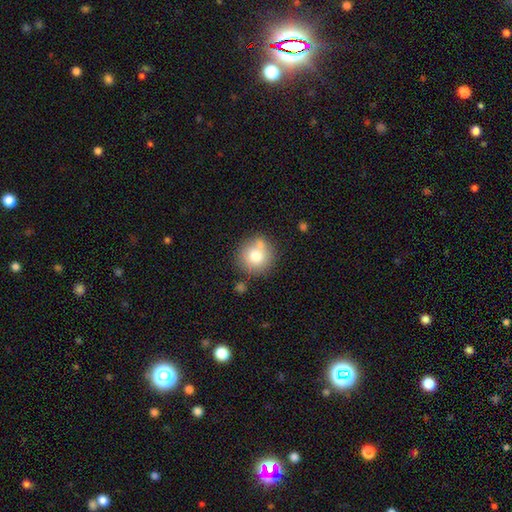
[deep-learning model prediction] smooth_or_featured: smooth (p=0.76) [alt: featured or disk p=0.15]
how_rounded: round (p=0.91) [alt: in between p=0.08]
merging: none (p=0.68) [alt: minor disturbance p=0.14]